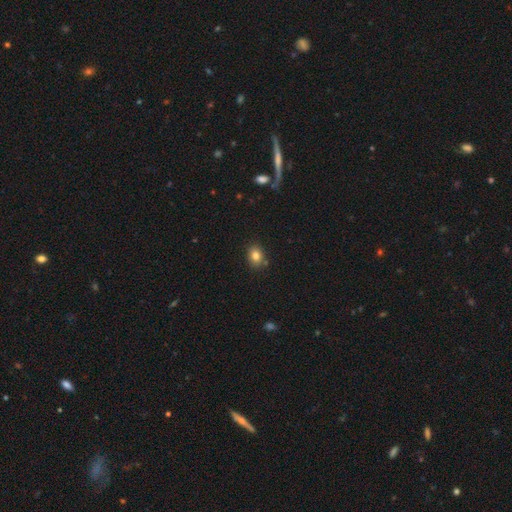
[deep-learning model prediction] Morphology: type=smooth (81%); roundness=in between (56%); merging=none (83%).